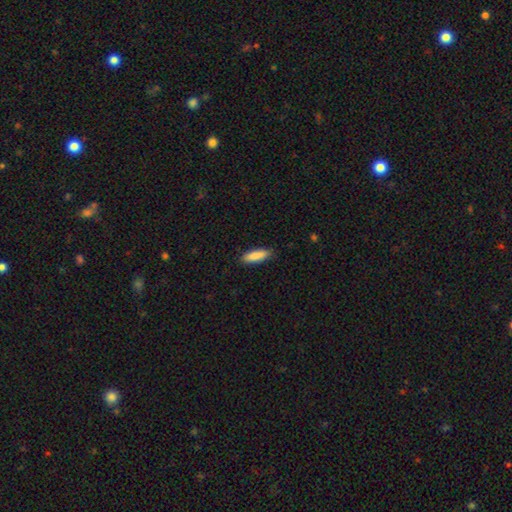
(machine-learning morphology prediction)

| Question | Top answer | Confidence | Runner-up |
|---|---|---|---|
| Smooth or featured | smooth | 88% | featured or disk (6%) |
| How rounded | cigar-shaped | 51% | in between (48%) |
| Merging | none | 87% | minor disturbance (10%) |